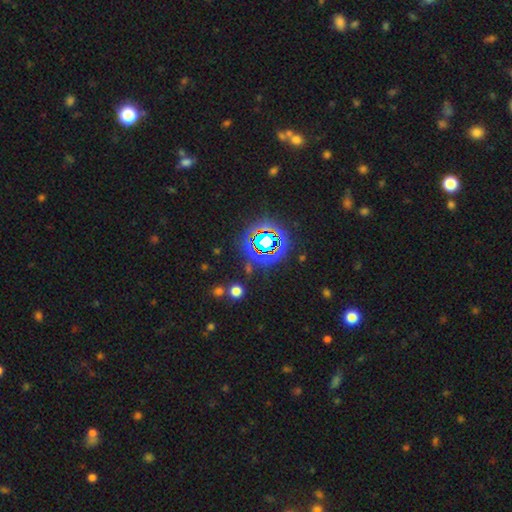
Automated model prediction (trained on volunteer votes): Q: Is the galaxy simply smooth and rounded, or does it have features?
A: star or artifact — 70%.